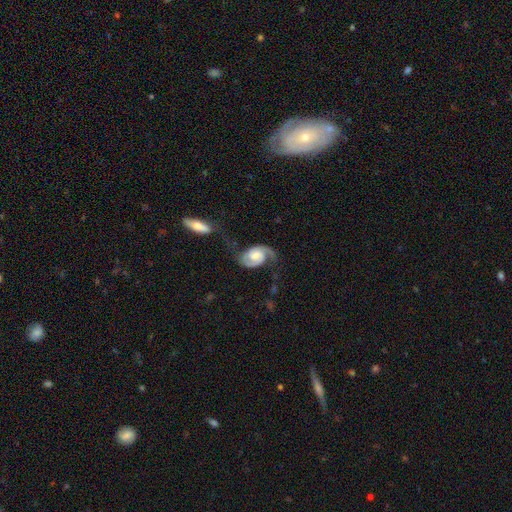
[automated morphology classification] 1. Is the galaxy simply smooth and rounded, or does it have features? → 87% featured or disk, 8% smooth, 5% star or artifact.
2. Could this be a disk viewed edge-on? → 97% no, 3% yes.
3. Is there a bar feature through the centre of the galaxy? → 57% no, 34% weak, 9% strong.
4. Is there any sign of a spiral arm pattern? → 97% yes, 3% no.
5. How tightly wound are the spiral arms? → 47% medium, 31% tight, 22% loose.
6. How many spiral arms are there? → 89% 2, 5% 1, 3% can't tell, 1% 3, 1% 4, 1% more than 4.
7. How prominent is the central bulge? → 51% moderate, 26% small, 14% large, 7% none, 2% dominant.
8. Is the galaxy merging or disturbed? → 51% none, 20% minor disturbance, 18% major disturbance, 10% merger.